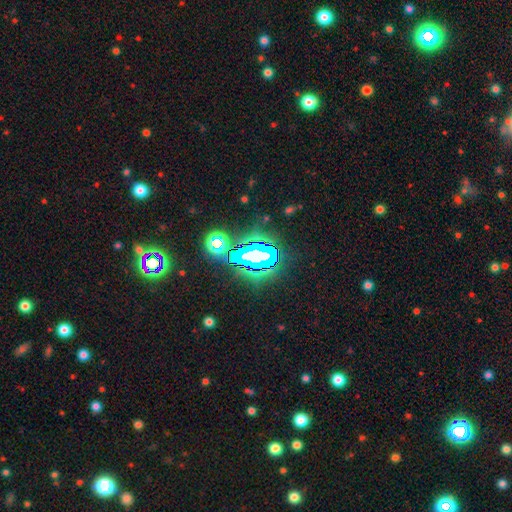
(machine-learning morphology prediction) Smooth or featured: star or artifact — 71% (smooth — 15%)